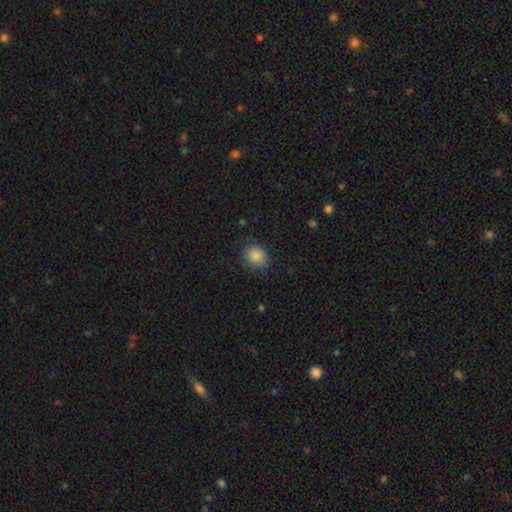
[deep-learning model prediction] A smooth galaxy with no disk features (85%) that is round (67%).

Vote fractions:
- Smooth or featured? smooth: 85% / star or artifact: 10% / featured or disk: 5%
- How rounded? round: 67% / in between: 32% / cigar-shaped: 1%
- Merging? none: 82% / minor disturbance: 14% / major disturbance: 3% / merger: 1%